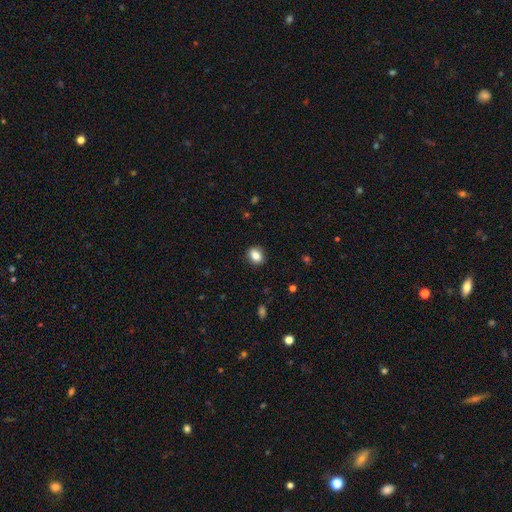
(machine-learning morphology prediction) smooth-or-featured: smooth: 85% | star or artifact: 9% | featured or disk: 6%
  how-rounded: in between: 59% | round: 40% | cigar-shaped: 1%
  merging: none: 88% | minor disturbance: 9% | major disturbance: 2% | merger: 1%